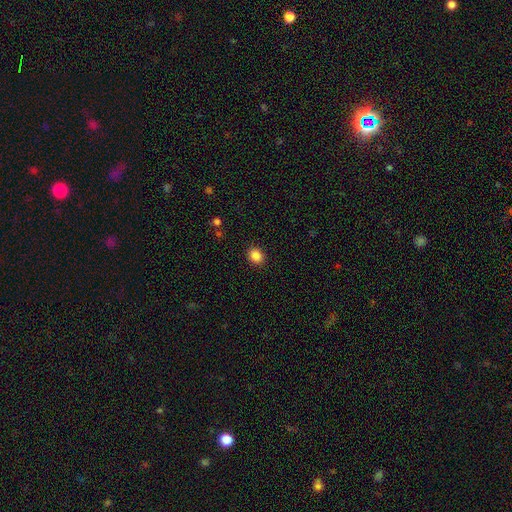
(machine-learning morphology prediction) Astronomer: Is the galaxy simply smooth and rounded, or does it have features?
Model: smooth — 86%.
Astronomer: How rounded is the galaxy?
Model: round — 63%.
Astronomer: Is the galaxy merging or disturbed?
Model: none — 91%.